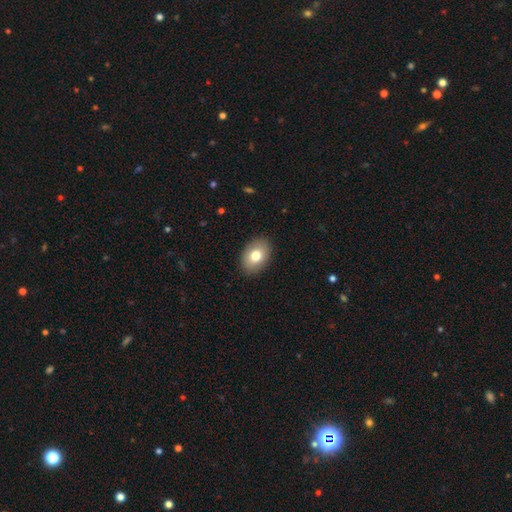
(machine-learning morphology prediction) A smooth galaxy with no disk features (77%) that is in between round and cigar-shaped (81%).

Vote fractions:
- Smooth or featured? smooth: 77% / featured or disk: 15% / star or artifact: 8%
- How rounded? in between: 81% / round: 18% / cigar-shaped: 1%
- Merging? none: 89% / minor disturbance: 8% / major disturbance: 2% / merger: 1%